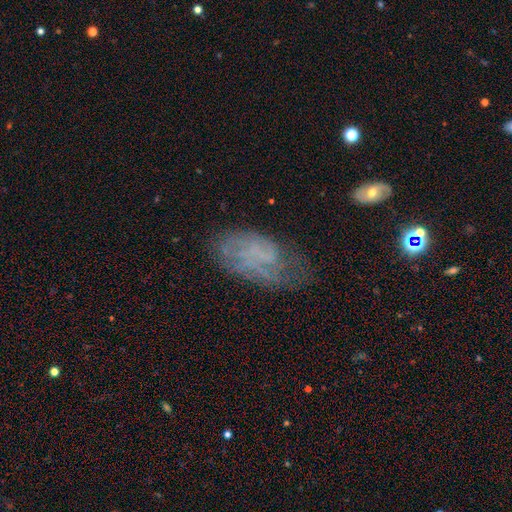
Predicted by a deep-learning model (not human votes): This appears to be a featured or disk galaxy (53%) with no bar (77%), spiral arms (54%) and no central bulge (77%). Merging: none (43%).